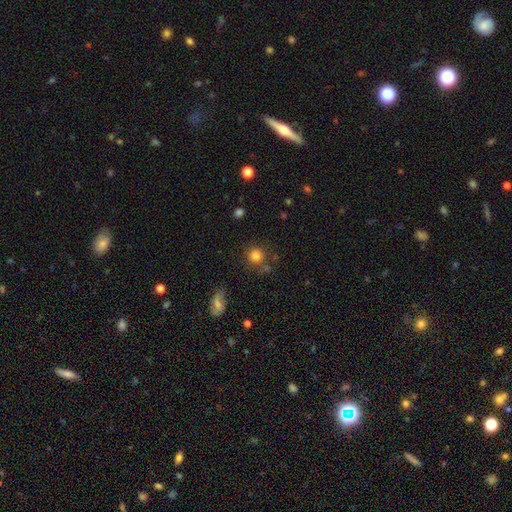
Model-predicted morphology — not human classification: The model was most divided on "smooth or featured": smooth: 80%, star or artifact: 13%, featured or disk: 7%. More confident: how rounded — round (92%); merging — none (78%).